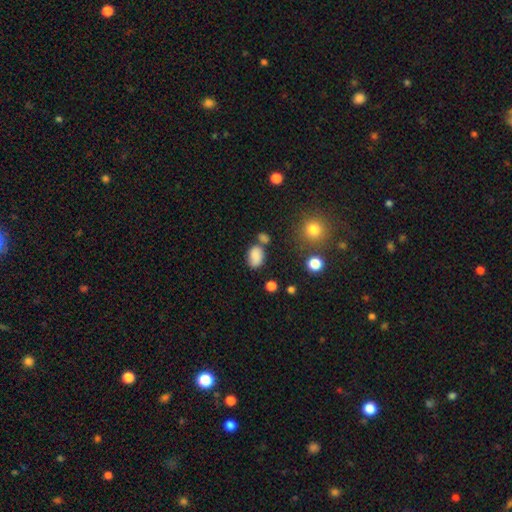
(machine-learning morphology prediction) Smooth or featured? smooth (81%)
How rounded? in between (83%)
Merging? none (57%)